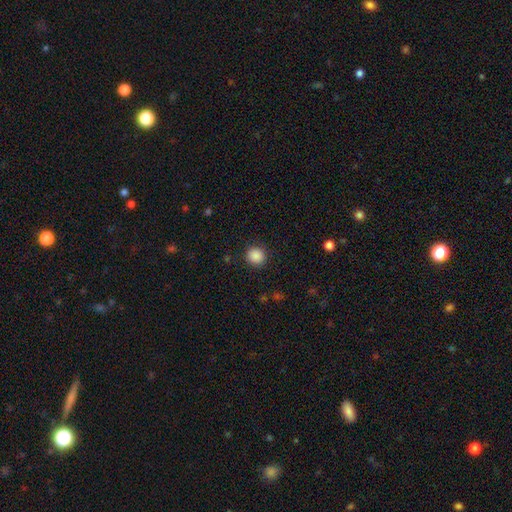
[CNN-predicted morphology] This is clearly a smooth galaxy (88%). How rounded: clearly round (91%). Merging: clearly none (90%).